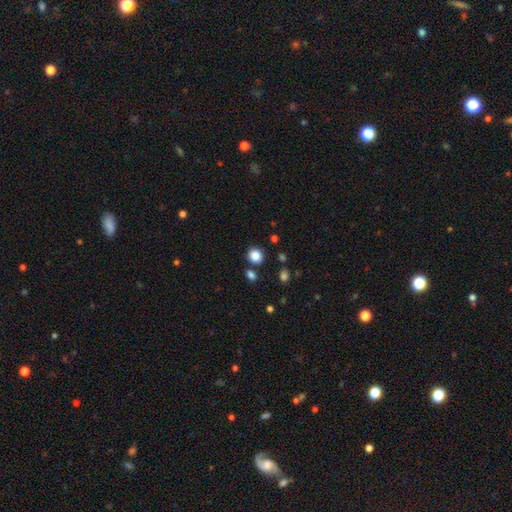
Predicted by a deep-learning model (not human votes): This is clearly a smooth galaxy (85%). How rounded: clearly round (87%). Merging: clearly none (83%).